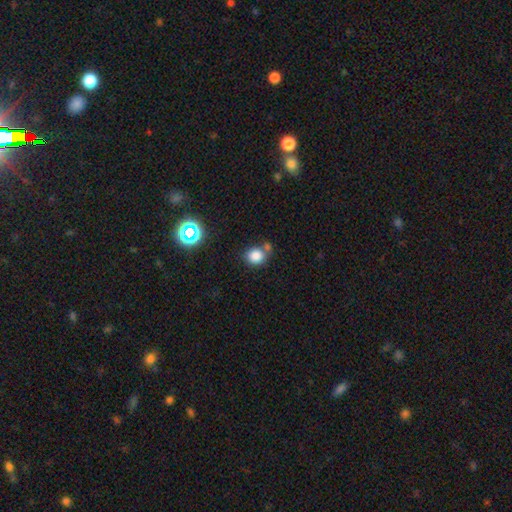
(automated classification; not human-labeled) Smooth or featured? smooth (81%)
How rounded? round (74%)
Merging? none (62%)